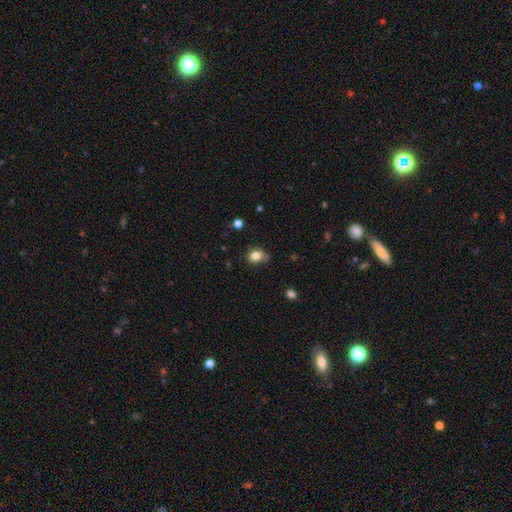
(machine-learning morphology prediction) This is clearly a smooth galaxy (81%). How rounded: possibly in between (50%). Merging: likely none (62%).